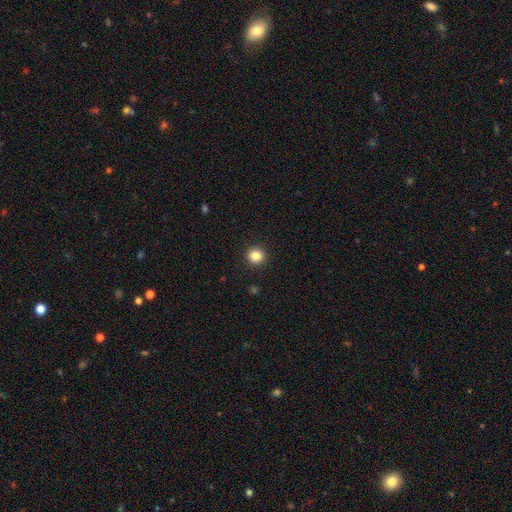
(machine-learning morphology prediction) smooth_or_featured: smooth (p=0.84) [alt: star or artifact p=0.11]
how_rounded: round (p=0.93) [alt: in between p=0.06]
merging: none (p=0.93) [alt: minor disturbance p=0.04]